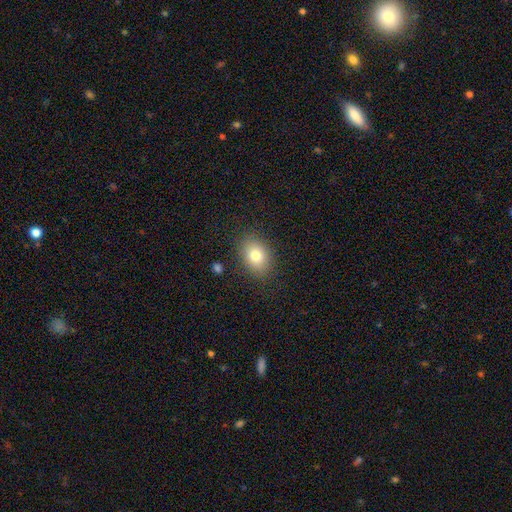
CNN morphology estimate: Overall: smooth (78%). How rounded: in between (67%; round 32%). Merging: none (86%).